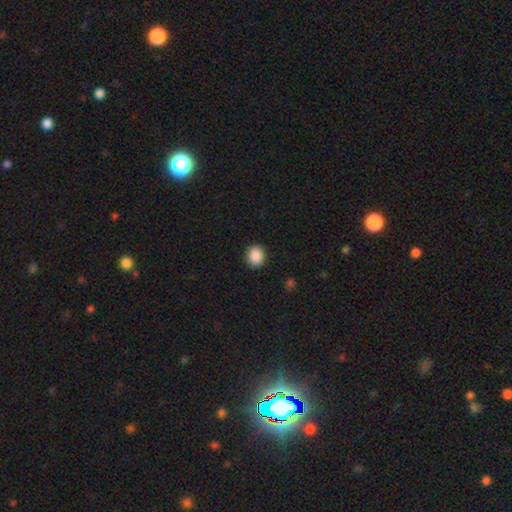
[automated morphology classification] This is clearly a smooth galaxy (89%). How rounded: likely round (74%). Merging: clearly none (91%).